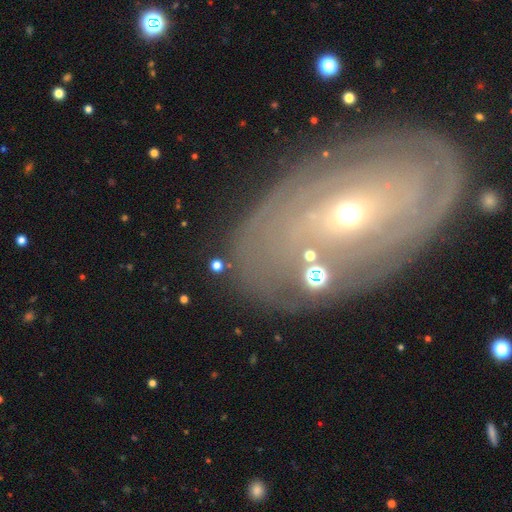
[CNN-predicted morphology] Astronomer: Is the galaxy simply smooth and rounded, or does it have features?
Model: featured or disk — 76%.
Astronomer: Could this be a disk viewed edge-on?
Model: no — 92%.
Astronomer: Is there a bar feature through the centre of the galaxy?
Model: no — 64%.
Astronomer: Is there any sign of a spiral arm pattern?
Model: yes — 77%.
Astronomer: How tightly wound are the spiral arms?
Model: tight — 78%.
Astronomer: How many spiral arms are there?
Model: can't tell — 50%.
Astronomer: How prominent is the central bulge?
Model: small — 49% (runner-up: moderate, 46%).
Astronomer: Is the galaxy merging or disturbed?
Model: none — 81%.